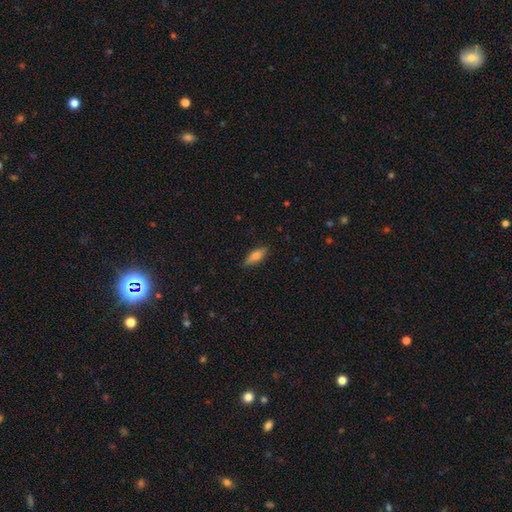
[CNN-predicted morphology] Overall: smooth (73%). How rounded: in between (60%; cigar-shaped 38%). Merging: none (85%).